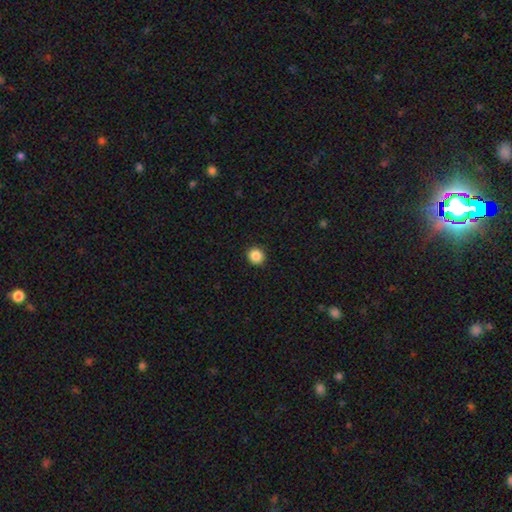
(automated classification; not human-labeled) Smooth or featured? Predicted: smooth (p=0.87). How rounded? Predicted: round (p=0.89). Merging? Predicted: none (p=0.92).